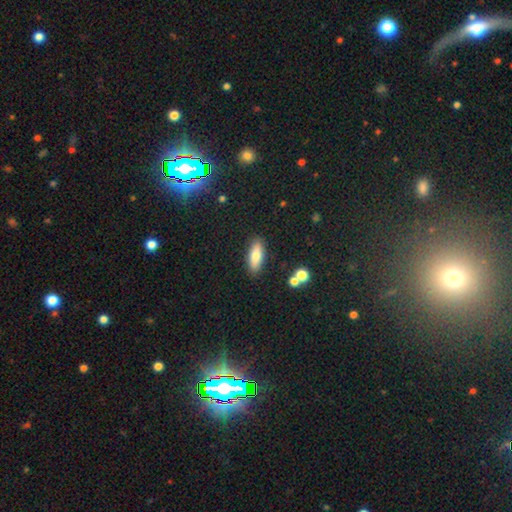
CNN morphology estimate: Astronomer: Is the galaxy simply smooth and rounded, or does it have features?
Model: smooth — 77%.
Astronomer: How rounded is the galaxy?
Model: in between — 60% (runner-up: cigar-shaped, 37%).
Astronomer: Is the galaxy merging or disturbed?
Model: none — 87%.